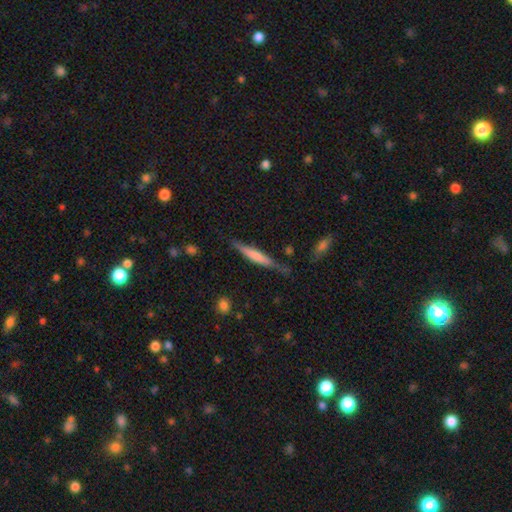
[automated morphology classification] A smooth galaxy with no disk features (51%) that is cigar-shaped (91%). Merging: none (71%).